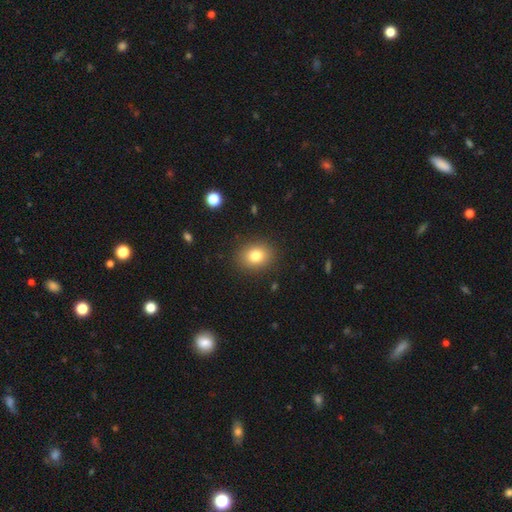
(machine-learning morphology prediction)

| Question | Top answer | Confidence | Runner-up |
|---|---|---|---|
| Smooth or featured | smooth | 81% | star or artifact (11%) |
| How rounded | round | 55% | in between (44%) |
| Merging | none | 89% | minor disturbance (8%) |